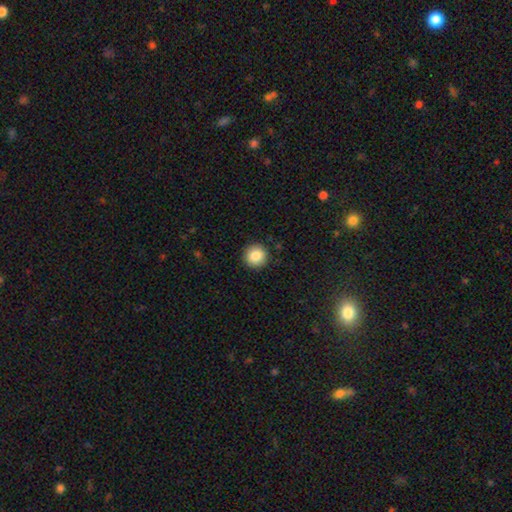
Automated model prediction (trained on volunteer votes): A smooth galaxy with no disk features (85%) that is round (95%).

Vote fractions:
- Smooth or featured? smooth: 85% / star or artifact: 9% / featured or disk: 6%
- How rounded? round: 95% / in between: 4% / cigar-shaped: 1%
- Merging? none: 91% / minor disturbance: 6% / major disturbance: 2% / merger: 1%